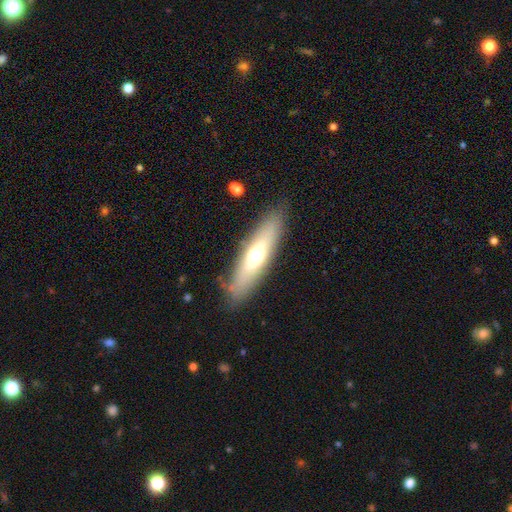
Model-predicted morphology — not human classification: Q: Smooth or featured?
A: smooth (55%); runner-up: featured or disk (39%)
Q: How rounded?
A: cigar-shaped (64%); runner-up: in between (34%)
Q: Merging?
A: none (85%); runner-up: minor disturbance (11%)